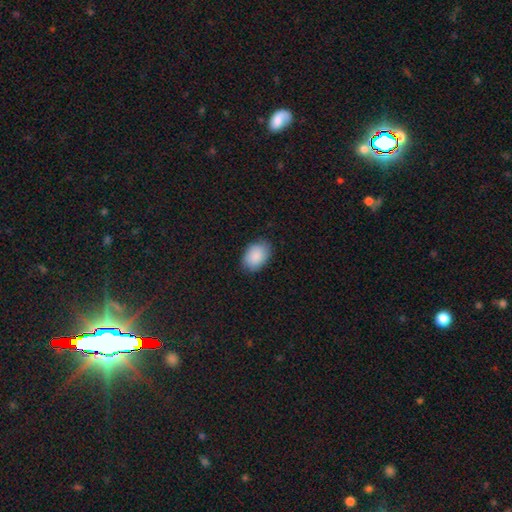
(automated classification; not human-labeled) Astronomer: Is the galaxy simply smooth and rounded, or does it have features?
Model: smooth — 88%.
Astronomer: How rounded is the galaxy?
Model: in between — 83%.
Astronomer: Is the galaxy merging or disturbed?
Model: none — 80%.